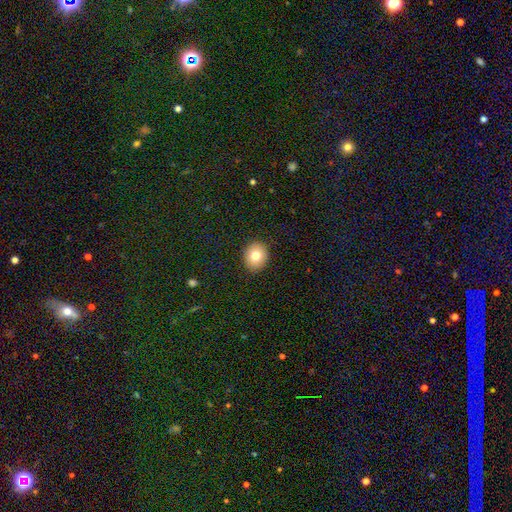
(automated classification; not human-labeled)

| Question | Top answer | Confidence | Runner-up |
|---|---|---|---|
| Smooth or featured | smooth | 78% | featured or disk (12%) |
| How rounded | round | 66% | in between (33%) |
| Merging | none | 90% | minor disturbance (7%) |